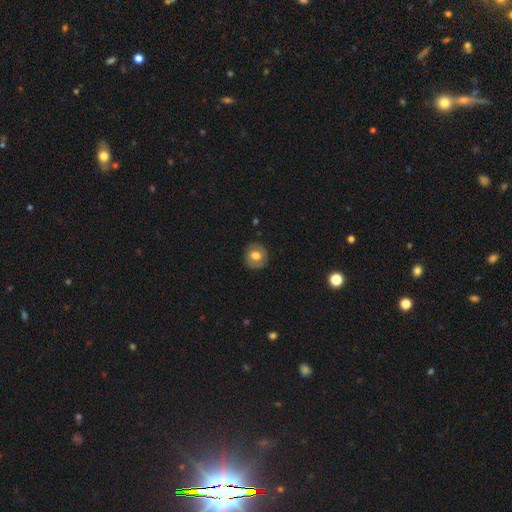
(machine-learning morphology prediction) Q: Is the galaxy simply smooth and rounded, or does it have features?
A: smooth — 65%.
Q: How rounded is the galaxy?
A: round — 87%.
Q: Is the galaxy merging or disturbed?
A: none — 85%.